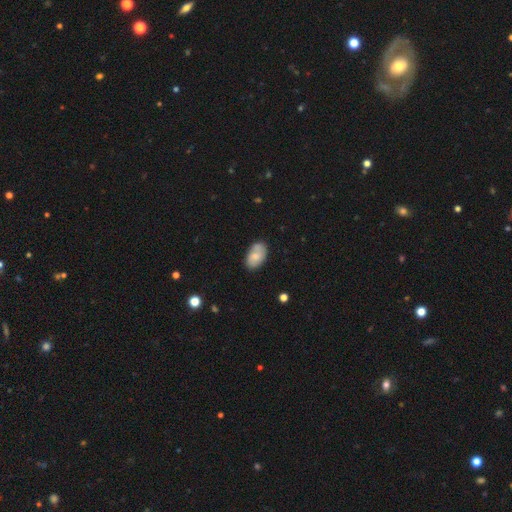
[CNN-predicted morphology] Smooth or featured: smooth — 71% (featured or disk — 22%)
How rounded: in between — 91% (round — 7%)
Merging: none — 70% (minor disturbance — 22%)